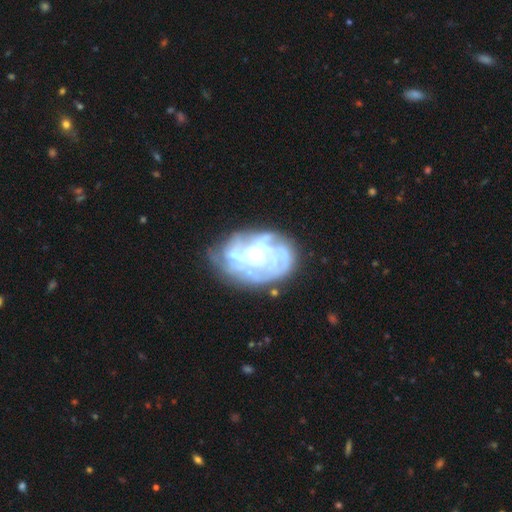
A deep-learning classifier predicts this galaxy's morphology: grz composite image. It shows a featured or disk galaxy (76%) with no bar (75%), spiral arms (63%) and a small central bulge (48%). Merging: none (55%).